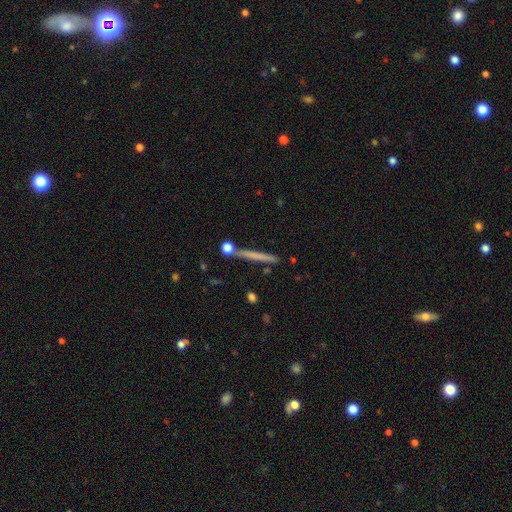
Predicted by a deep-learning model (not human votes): A smooth galaxy with no disk features (56%) that is cigar-shaped (96%). Merging: none (84%).